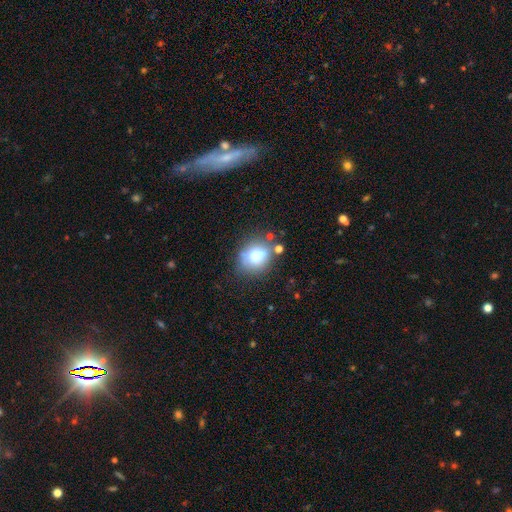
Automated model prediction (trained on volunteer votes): Smooth or featured? Predicted: smooth (p=0.71). How rounded? Predicted: round (p=0.51). Merging? Predicted: none (p=0.60).